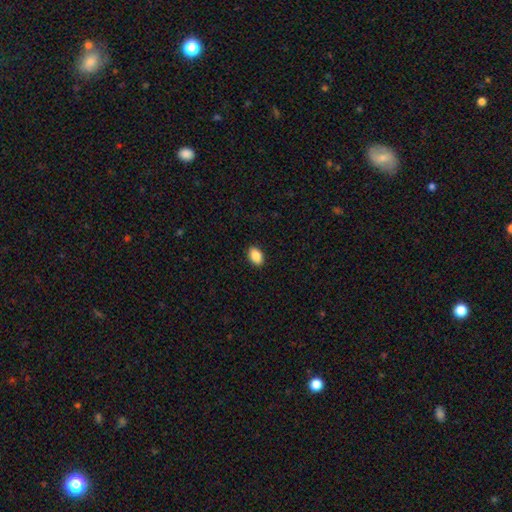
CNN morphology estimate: A smooth galaxy with no disk features (89%) that is in between round and cigar-shaped (88%).

Vote fractions:
- Smooth or featured? smooth: 89% / star or artifact: 8% / featured or disk: 4%
- How rounded? in between: 88% / round: 11% / cigar-shaped: 1%
- Merging? none: 90% / minor disturbance: 7% / major disturbance: 2% / merger: 1%